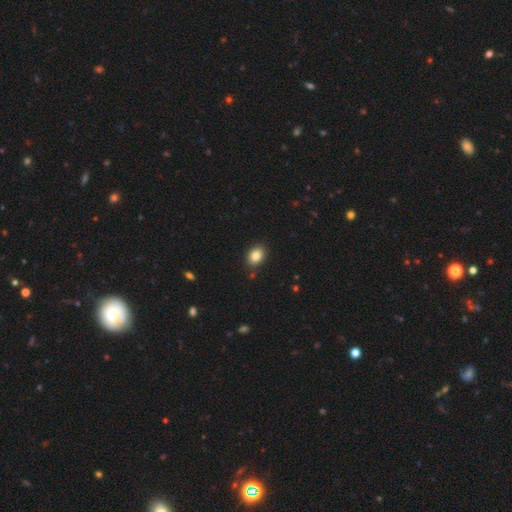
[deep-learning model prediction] Smooth or featured? Predicted: smooth (p=0.86). How rounded? Predicted: in between (p=0.74). Merging? Predicted: none (p=0.87).